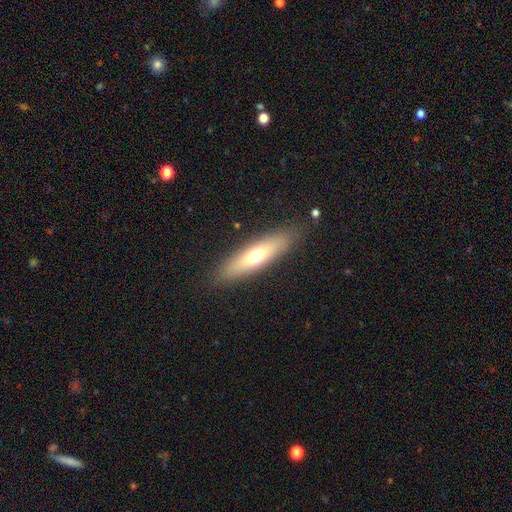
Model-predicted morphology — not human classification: Smooth or featured? Predicted: smooth (p=0.59). How rounded? Predicted: cigar-shaped (p=0.66). Merging? Predicted: none (p=0.87).